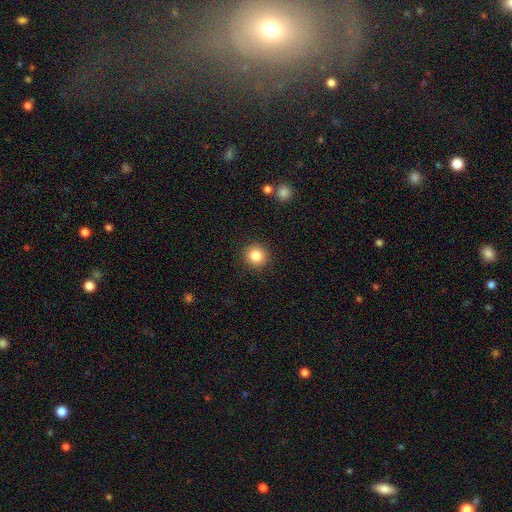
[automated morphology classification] A smooth galaxy with no disk features (85%) that is round (93%).

Vote fractions:
- Smooth or featured? smooth: 85% / star or artifact: 10% / featured or disk: 5%
- How rounded? round: 93% / in between: 6% / cigar-shaped: 1%
- Merging? none: 91% / minor disturbance: 6% / major disturbance: 2% / merger: 1%